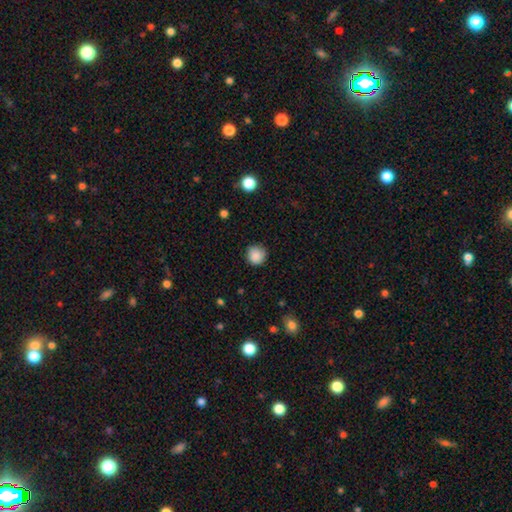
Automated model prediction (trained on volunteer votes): The model was most divided on "merging": none: 82%, minor disturbance: 14%, major disturbance: 3%, merger: 1%. More confident: how rounded — round (93%); smooth or featured — smooth (87%).